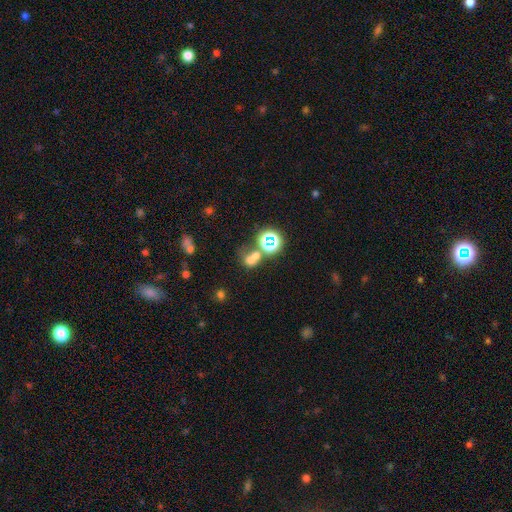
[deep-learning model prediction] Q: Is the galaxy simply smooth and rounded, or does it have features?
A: smooth — 49%.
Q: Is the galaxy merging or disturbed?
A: none — 42%.